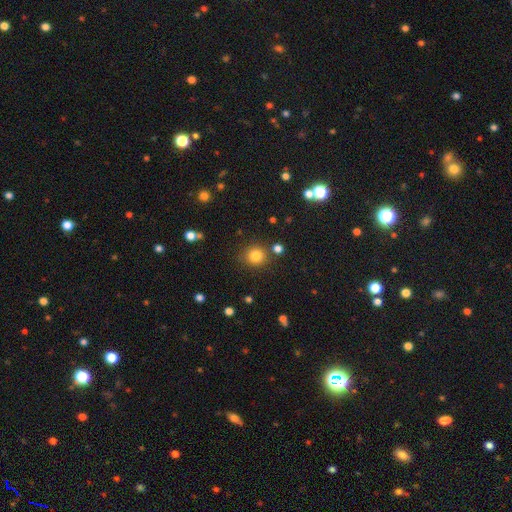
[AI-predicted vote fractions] A smooth galaxy with no disk features (82%) that is round (89%).

Vote fractions:
- Smooth or featured? smooth: 82% / star or artifact: 13% / featured or disk: 6%
- How rounded? round: 89% / in between: 10% / cigar-shaped: 1%
- Merging? none: 83% / minor disturbance: 8% / merger: 5% / major disturbance: 3%